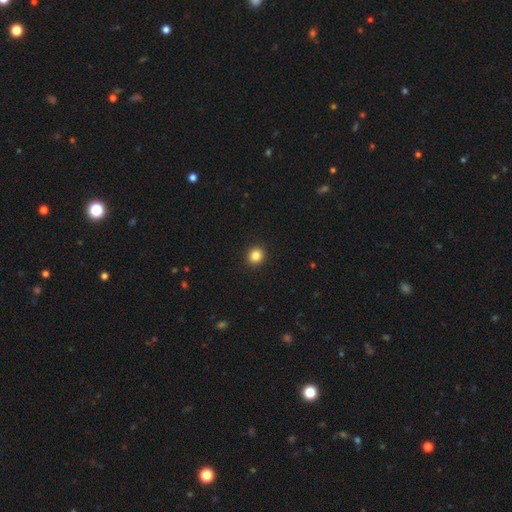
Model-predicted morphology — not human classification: Smooth or featured?
  - smooth: 85% *
  - star or artifact: 11%
  - featured or disk: 5%
How rounded?
  - round: 82% *
  - in between: 17%
  - cigar-shaped: 1%
Merging?
  - none: 92% *
  - minor disturbance: 5%
  - major disturbance: 2%
  - merger: 1%